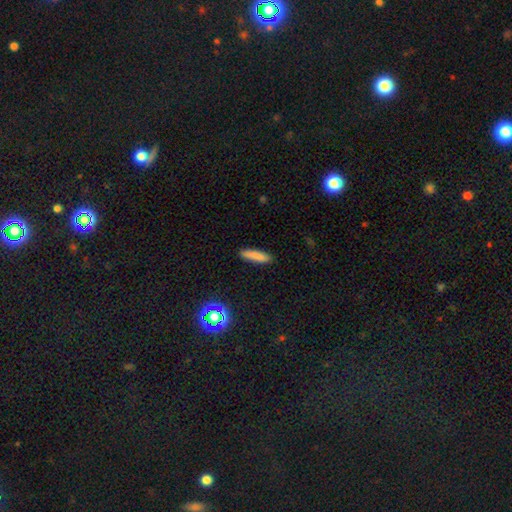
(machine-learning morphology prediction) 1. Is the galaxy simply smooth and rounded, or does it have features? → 82% smooth, 10% star or artifact, 8% featured or disk.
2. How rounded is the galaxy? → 79% cigar-shaped, 19% in between, 2% round.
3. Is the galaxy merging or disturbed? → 88% none, 8% minor disturbance, 2% major disturbance, 1% merger.